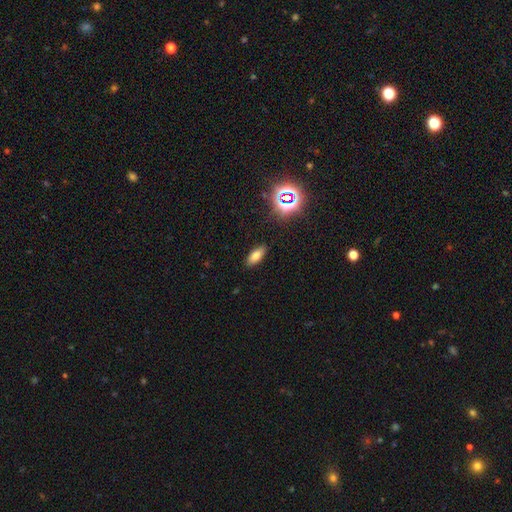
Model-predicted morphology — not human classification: This appears to be a smooth galaxy with no disk features (74%) that is in between round and cigar-shaped (81%). Merging: none (87%).